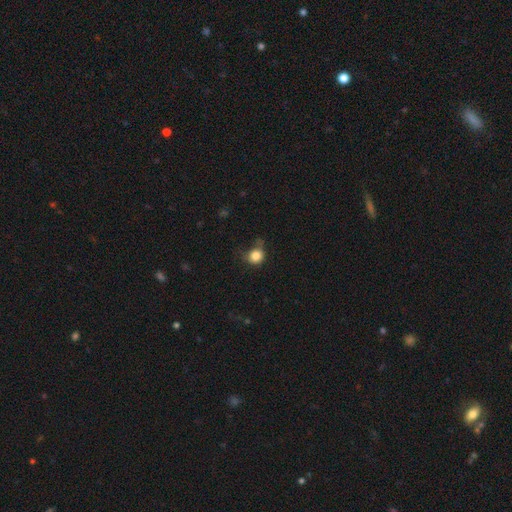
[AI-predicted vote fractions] Overall: smooth (83%). How rounded: round (81%). Merging: none (50%; minor disturbance 33%).